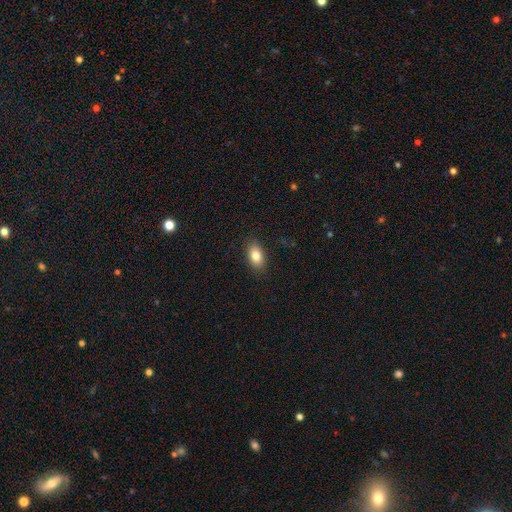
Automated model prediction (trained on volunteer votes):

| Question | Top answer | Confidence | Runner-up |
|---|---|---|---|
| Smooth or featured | smooth | 82% | featured or disk (10%) |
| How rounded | in between | 89% | round (8%) |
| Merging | none | 88% | minor disturbance (9%) |